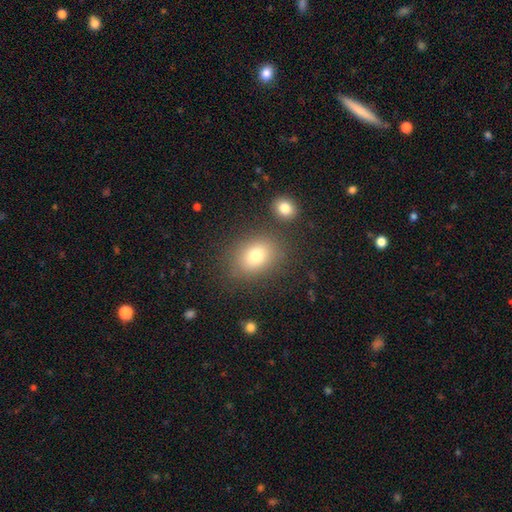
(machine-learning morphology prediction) Smooth or featured? smooth (78%)
How rounded? in between (64%)
Merging? none (80%)